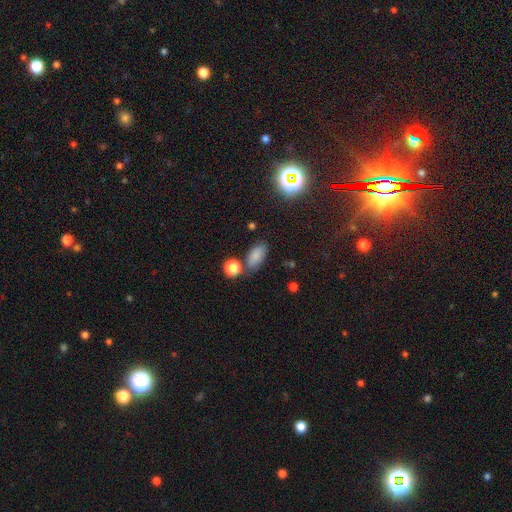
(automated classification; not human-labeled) This appears to be a smooth galaxy with no disk features (78%) that is in between round and cigar-shaped (87%). Merging: none (71%).